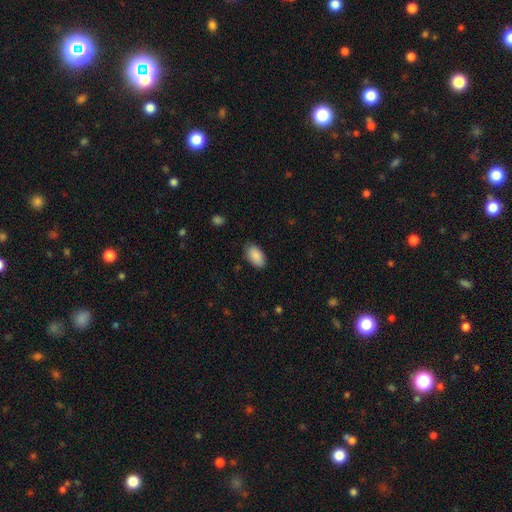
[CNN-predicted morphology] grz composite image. It shows a smooth galaxy with no disk features (90%) that is in between round and cigar-shaped (95%). Merging: none (85%).